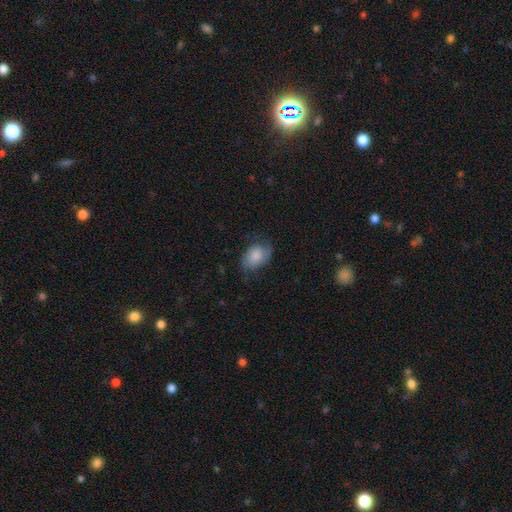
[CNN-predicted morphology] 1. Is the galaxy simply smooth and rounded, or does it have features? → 60% smooth, 32% featured or disk, 8% star or artifact.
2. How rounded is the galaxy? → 81% in between, 17% round, 1% cigar-shaped.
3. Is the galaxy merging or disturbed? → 60% none, 26% minor disturbance, 13% major disturbance, 1% merger.